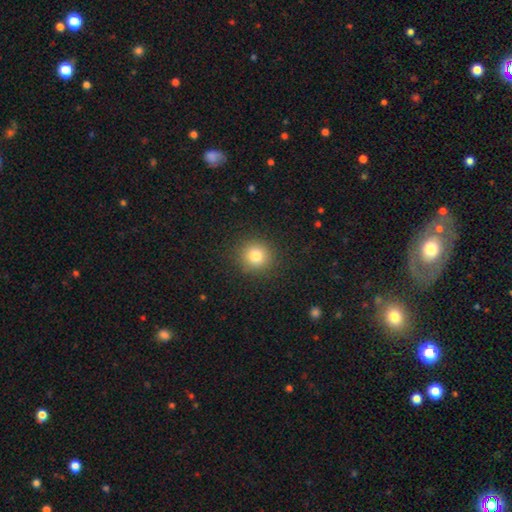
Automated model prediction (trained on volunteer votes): This appears to be a smooth galaxy with no disk features (80%) that is round (91%). Merging: none (90%).